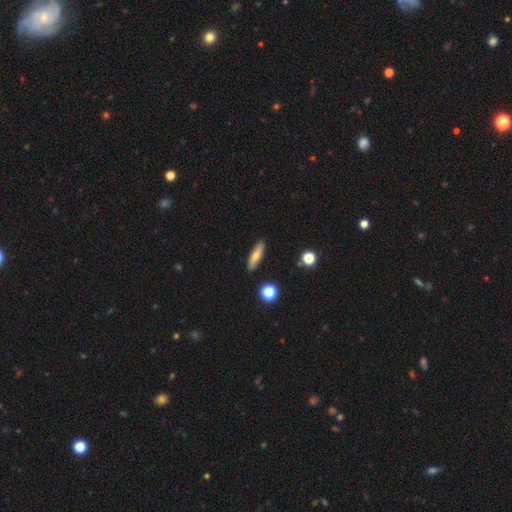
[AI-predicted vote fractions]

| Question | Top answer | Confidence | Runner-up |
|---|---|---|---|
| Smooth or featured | smooth | 66% | featured or disk (26%) |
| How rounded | cigar-shaped | 68% | in between (29%) |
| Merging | none | 88% | minor disturbance (9%) |